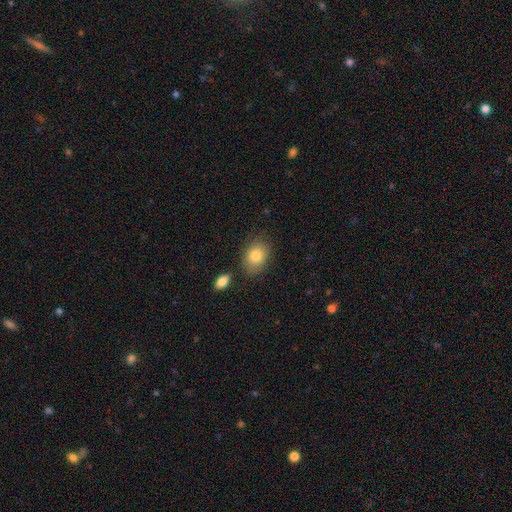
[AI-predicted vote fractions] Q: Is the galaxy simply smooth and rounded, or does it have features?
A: smooth — 82%.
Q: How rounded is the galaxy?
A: in between — 71%.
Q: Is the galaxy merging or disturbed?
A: none — 78%.